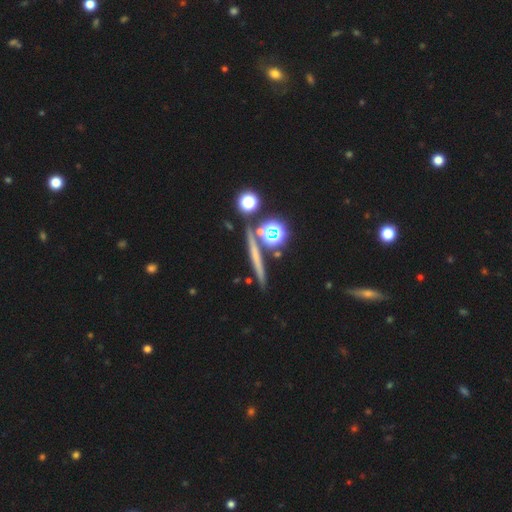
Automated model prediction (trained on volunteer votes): Smooth or featured? featured or disk (39%)
Merging? none (82%)